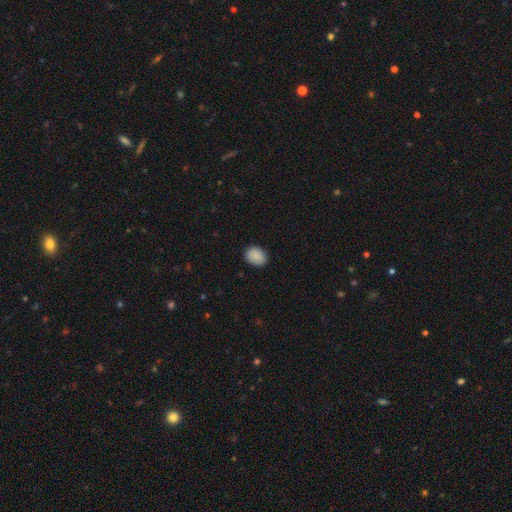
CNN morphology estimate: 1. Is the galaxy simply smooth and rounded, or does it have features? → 89% smooth, 8% star or artifact, 3% featured or disk.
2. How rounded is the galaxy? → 55% in between, 44% round, 1% cigar-shaped.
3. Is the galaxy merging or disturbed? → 86% none, 11% minor disturbance, 2% major disturbance, 1% merger.